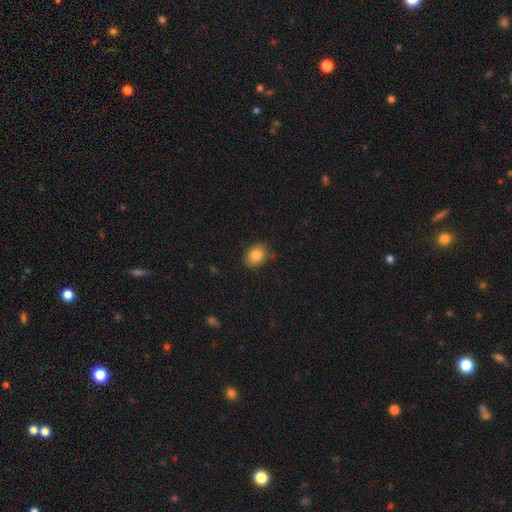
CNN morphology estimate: smooth-or-featured: smooth: 83% | star or artifact: 10% | featured or disk: 7%
  how-rounded: round: 55% | in between: 44% | cigar-shaped: 1%
  merging: none: 82% | minor disturbance: 14% | major disturbance: 2% | merger: 2%